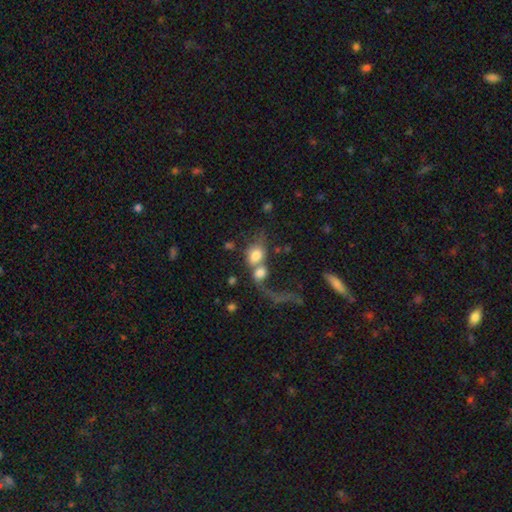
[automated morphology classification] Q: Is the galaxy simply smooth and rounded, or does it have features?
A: smooth — 67%.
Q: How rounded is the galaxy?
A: in between — 62%.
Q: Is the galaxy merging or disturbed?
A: merger — 68%.